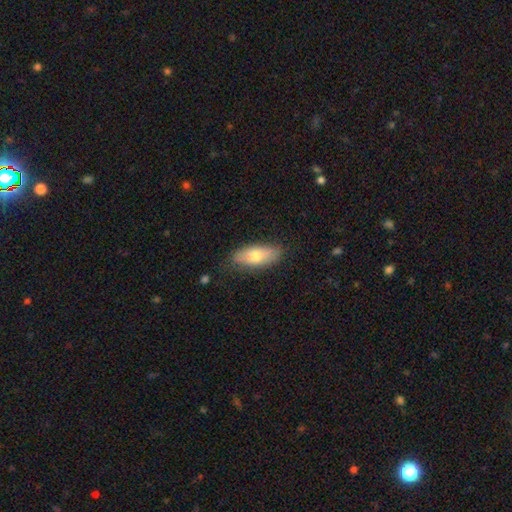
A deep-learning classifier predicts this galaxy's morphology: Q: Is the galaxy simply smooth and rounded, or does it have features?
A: smooth — 70%.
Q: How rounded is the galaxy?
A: in between — 79%.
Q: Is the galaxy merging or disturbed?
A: none — 80%.